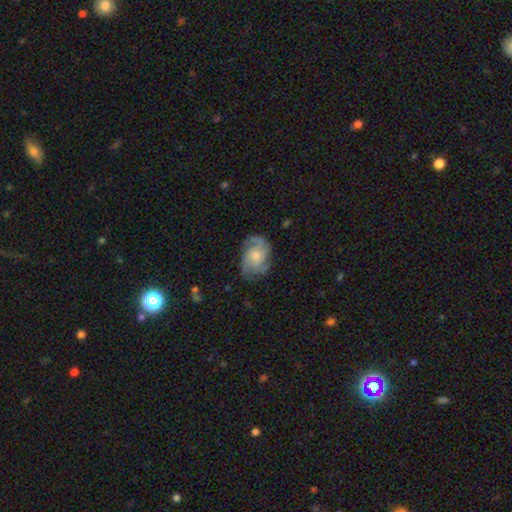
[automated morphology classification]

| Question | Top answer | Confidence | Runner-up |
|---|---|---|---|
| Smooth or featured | featured or disk | 79% | smooth (15%) |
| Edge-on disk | no | 97% | yes (3%) |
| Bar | no | 74% | weak (23%) |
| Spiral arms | yes | 96% | no (4%) |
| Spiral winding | medium | 45% | tight (41%) |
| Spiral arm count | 3 | 49% | 2 (15%) |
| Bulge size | moderate | 51% | small (36%) |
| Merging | none | 72% | minor disturbance (19%) |